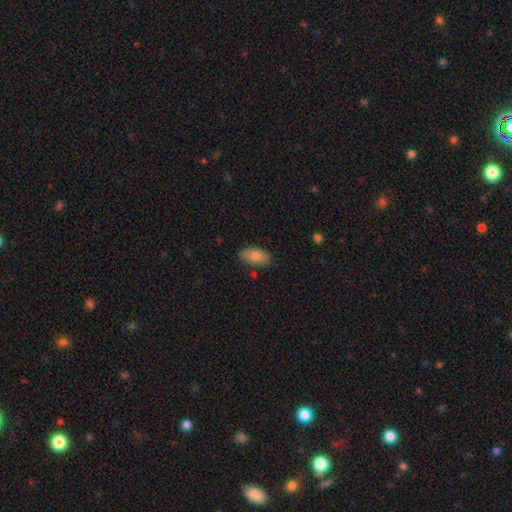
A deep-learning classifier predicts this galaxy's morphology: smooth_or_featured: smooth (p=0.79) [alt: featured or disk p=0.14]
how_rounded: in between (p=0.94) [alt: round p=0.04]
merging: none (p=0.76) [alt: minor disturbance p=0.19]